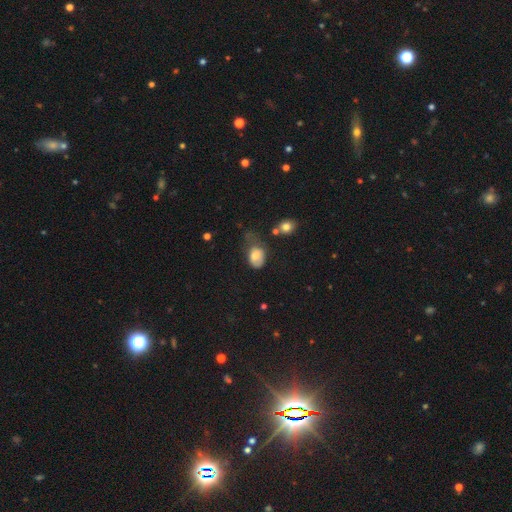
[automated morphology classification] This is likely a smooth galaxy (74%). How rounded: likely in between (77%). Merging: marginally major disturbance (36%).